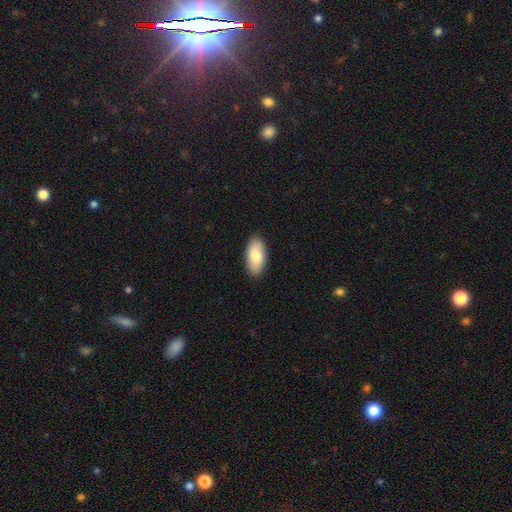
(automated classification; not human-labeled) smooth 83%, featured or disk 11%, star or artifact 6%. Down the decision tree: how rounded — in between (93%); merging — none (88%).